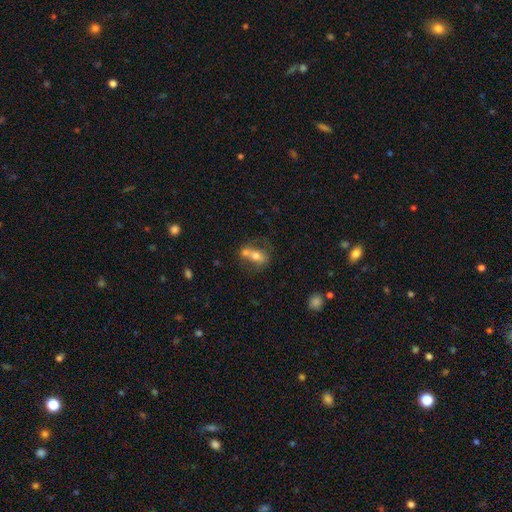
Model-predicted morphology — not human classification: smooth 61%, featured or disk 28%, star or artifact 11%. Down the decision tree: how rounded — in between (62%); merging — merger (53%).